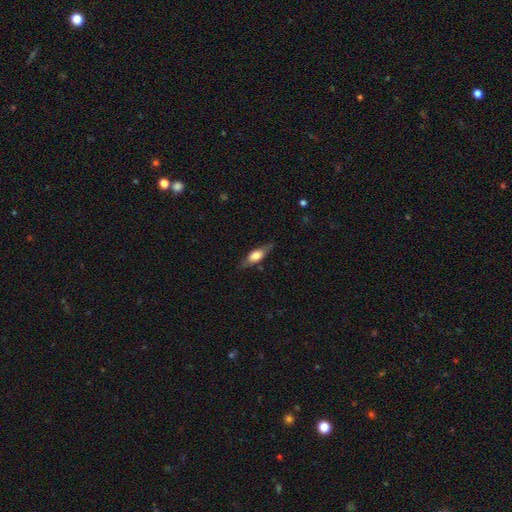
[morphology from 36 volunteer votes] Smooth or featured: featured or disk — 58% (smooth — 39%)
Edge-on disk: yes — 86% (no — 14%)
Edge-on bulge: rounded — 78% (boxy — 22%)
Merging: none — 80% (minor disturbance — 11%)